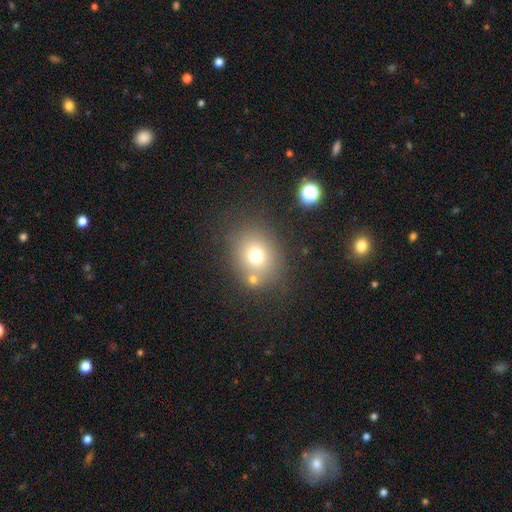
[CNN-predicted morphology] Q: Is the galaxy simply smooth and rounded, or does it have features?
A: smooth — 71%.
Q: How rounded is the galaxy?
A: round — 63%.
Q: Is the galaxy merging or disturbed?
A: none — 67%.